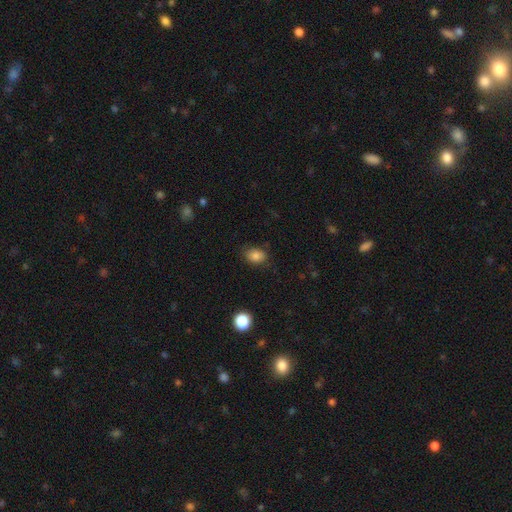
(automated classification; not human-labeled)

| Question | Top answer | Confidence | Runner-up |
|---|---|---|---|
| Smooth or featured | smooth | 84% | star or artifact (10%) |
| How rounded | in between | 70% | round (29%) |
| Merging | none | 78% | minor disturbance (16%) |